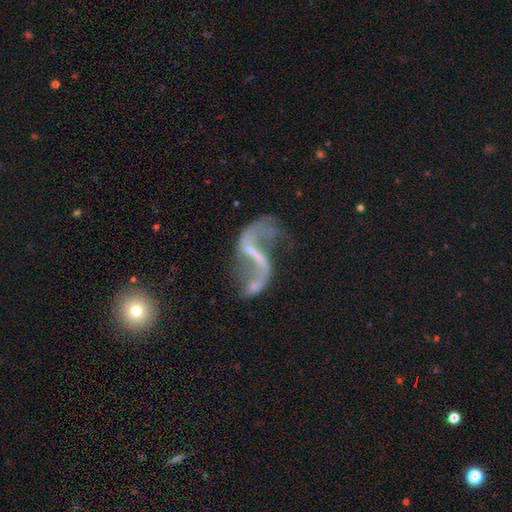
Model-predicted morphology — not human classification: Overall: featured or disk (88%). Edge-on disk: no (97%). Bar: strong (49%; weak 34%). Spiral arms: yes (91%). Spiral arm count: 2 (90%). Spiral winding: loose (90%). Bulge size: none (49%; small 42%). Merging: none (51%; major disturbance 22%).